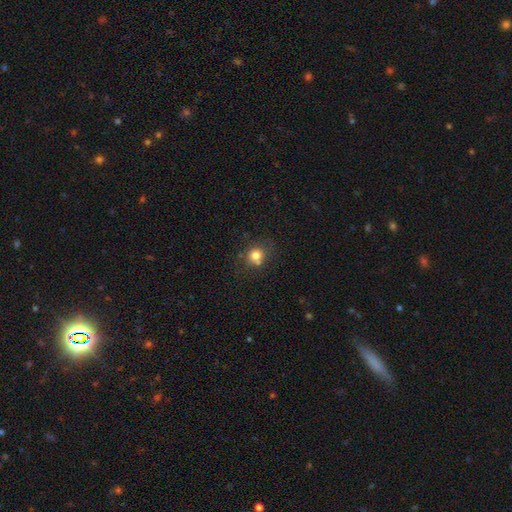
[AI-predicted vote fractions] The model was most divided on "merging": none: 63%, merger: 17%, minor disturbance: 14%, major disturbance: 5%. More confident: how rounded — round (82%); smooth or featured — smooth (78%).